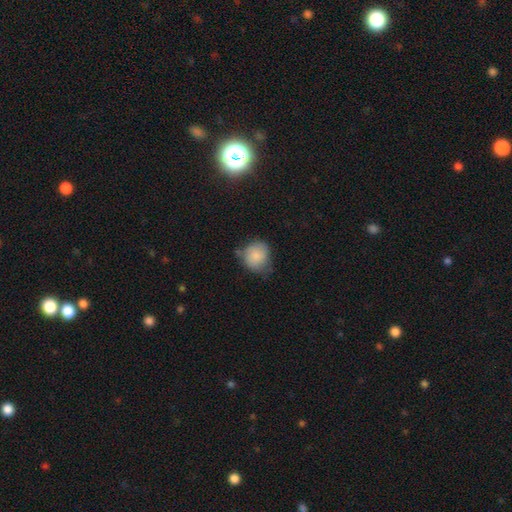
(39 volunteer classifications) smooth-or-featured: smooth: 82% | featured or disk: 15% | star or artifact: 3%
  how-rounded: round: 78% | in between: 22% | cigar-shaped: 0%
  merging: minor disturbance: 47% | none: 26% | major disturbance: 21% | merger: 5%